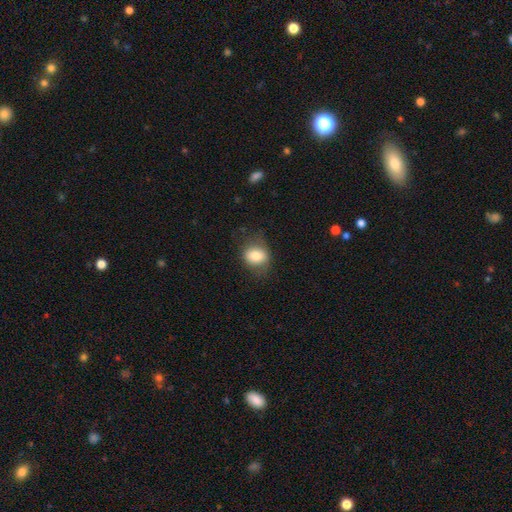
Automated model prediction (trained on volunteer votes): smooth_or_featured: smooth (p=0.77) [alt: featured or disk p=0.15]
how_rounded: round (p=0.54) [alt: in between p=0.45]
merging: none (p=0.70) [alt: minor disturbance p=0.21]